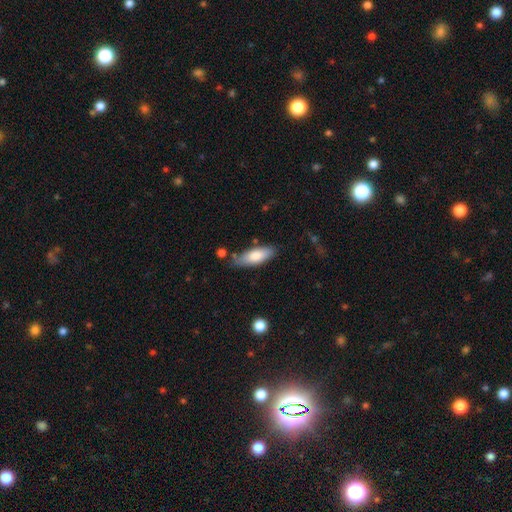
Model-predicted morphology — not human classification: type=smooth (78%); roundness=in between (66%); merging=none (76%).